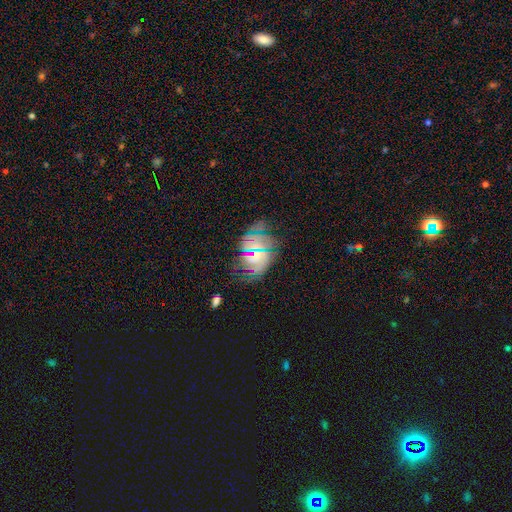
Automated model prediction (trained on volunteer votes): This appears to be a featured or disk galaxy (52%). Merging: none (65%).